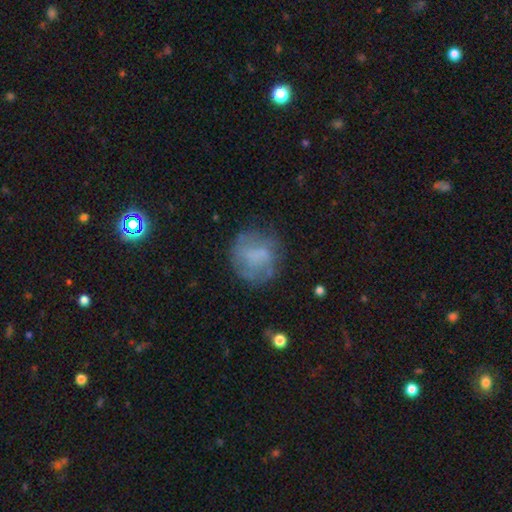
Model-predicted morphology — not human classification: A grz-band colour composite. It shows a smooth galaxy with no disk features (45%). Merging: none (63%).